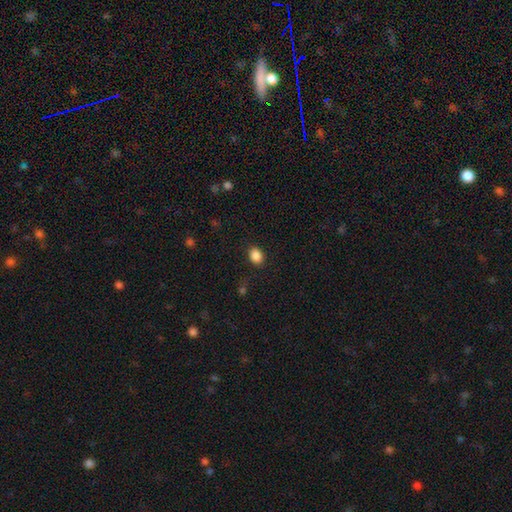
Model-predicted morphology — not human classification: The model was most divided on "how rounded": in between: 61%, round: 38%, cigar-shaped: 1%. More confident: smooth or featured — smooth (87%); merging — none (87%).